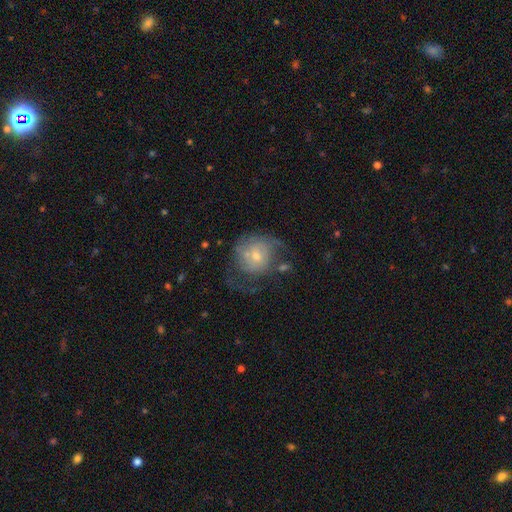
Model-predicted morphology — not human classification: A featured or disk galaxy (59%) with no bar (61%), spiral arms (76%) and a small central bulge (50%).

Vote fractions:
- Smooth or featured? featured or disk: 59% / smooth: 33% / star or artifact: 8%
- Edge-on disk? no: 97% / yes: 3%
- Bar? no: 61% / weak: 34% / strong: 5%
- Spiral arms? yes: 76% / no: 24%
- Bulge size? small: 50% / moderate: 42% / none: 4% / large: 3% / dominant: 1%
- Merging? none: 41% / major disturbance: 28% / minor disturbance: 22% / merger: 8%